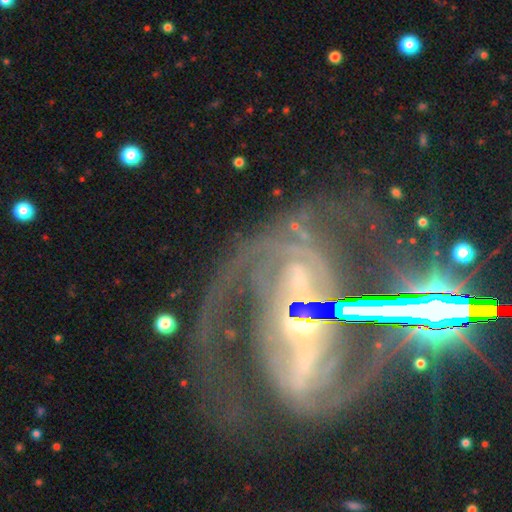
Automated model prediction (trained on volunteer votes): The model was most divided on "merging": none: 33%, major disturbance: 28%, merger: 25%, minor disturbance: 13%. Remaining: edge-on disk — no (93%); spiral arms — yes (84%); smooth or featured — featured or disk (79%); spiral arm count — 2 (71%); bar — strong (51%); spiral winding — medium (44%); bulge size — small (43%).